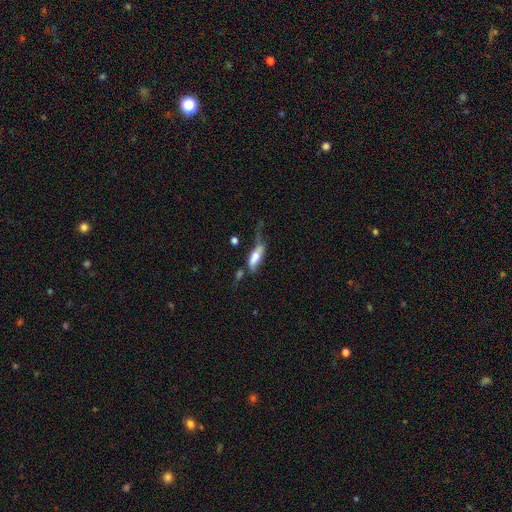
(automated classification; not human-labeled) This appears to be a smooth galaxy with no disk features (55%) that is in between round and cigar-shaped (64%). Merging: major disturbance (39%).